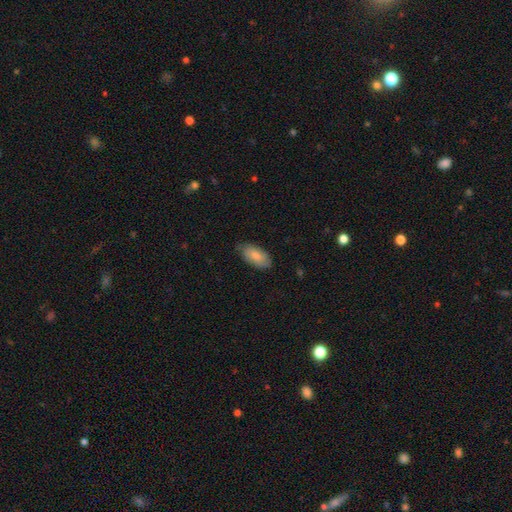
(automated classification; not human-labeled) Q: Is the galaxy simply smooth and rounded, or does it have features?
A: smooth — 79%.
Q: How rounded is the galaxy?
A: in between — 92%.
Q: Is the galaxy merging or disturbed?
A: none — 75%.